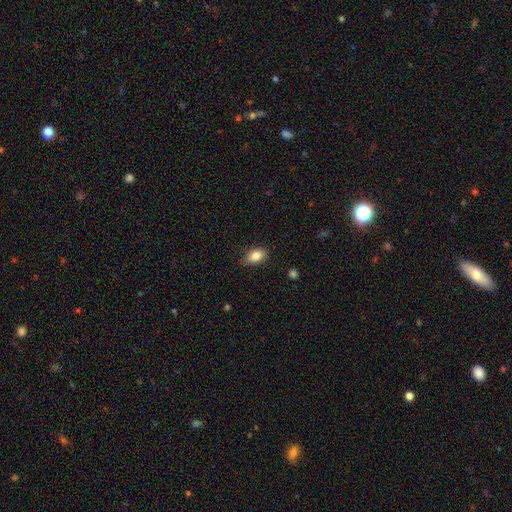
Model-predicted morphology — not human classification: A smooth galaxy with no disk features (85%) that is in between round and cigar-shaped (86%).

Vote fractions:
- Smooth or featured? smooth: 85% / star or artifact: 8% / featured or disk: 7%
- How rounded? in between: 86% / round: 12% / cigar-shaped: 2%
- Merging? none: 76% / minor disturbance: 19% / major disturbance: 3% / merger: 1%